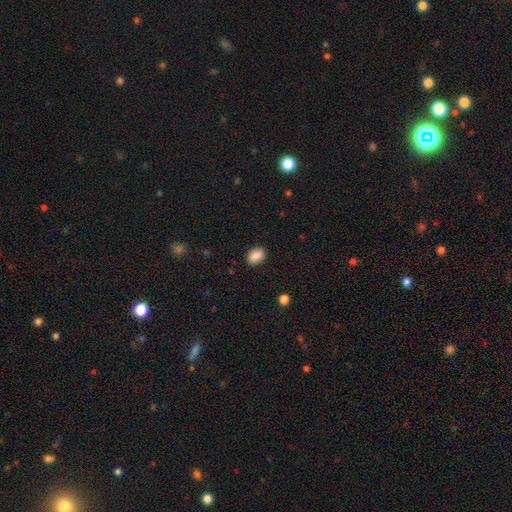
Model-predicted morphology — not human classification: This is clearly a smooth galaxy (88%). How rounded: likely in between (78%). Merging: clearly none (88%).